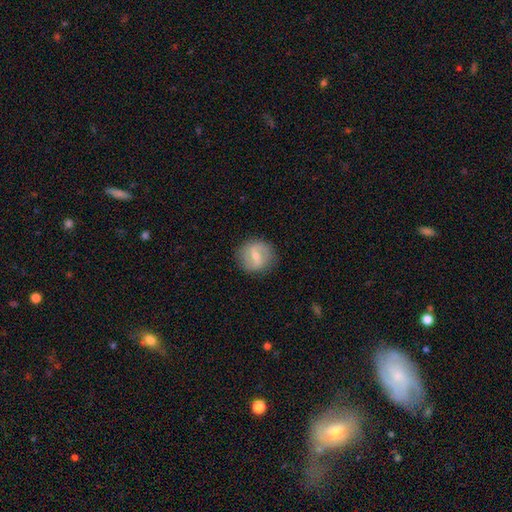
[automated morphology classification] This is possibly a featured or disk galaxy (55%). It is clearly not viewed edge-on (97%). Bar: possibly weak (53%). Spiral arm pattern: likely yes (74%). Central bulge: possibly small (48%). Merging: clearly none (86%).